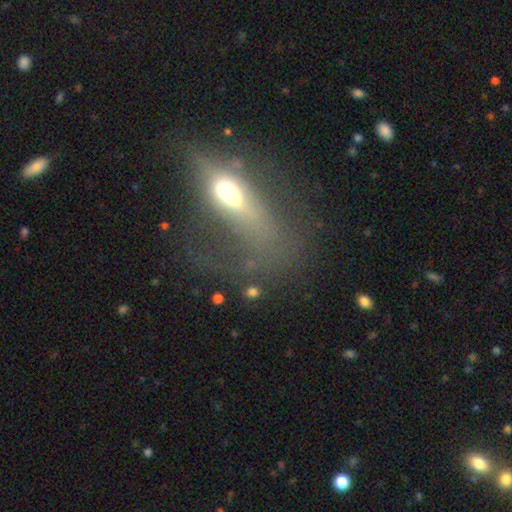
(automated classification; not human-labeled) This is possibly a featured or disk galaxy (50%). Merging: marginally major disturbance (42%).